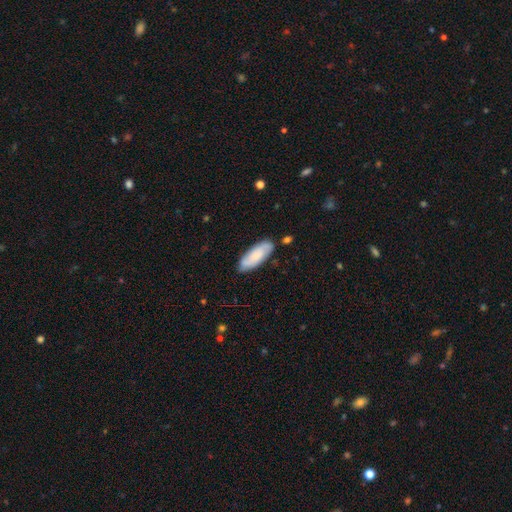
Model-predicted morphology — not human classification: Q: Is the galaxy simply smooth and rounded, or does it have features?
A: smooth — 72%.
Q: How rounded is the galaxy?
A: in between — 69%.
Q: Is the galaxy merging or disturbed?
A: none — 82%.